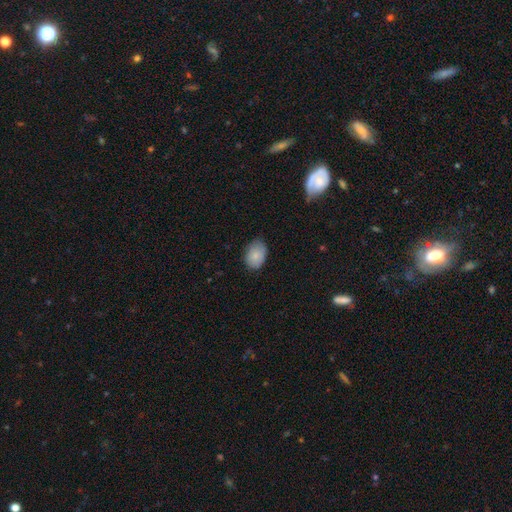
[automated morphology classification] smooth 82%, featured or disk 11%, star or artifact 7%. Down the decision tree: how rounded — in between (81%); merging — none (76%).